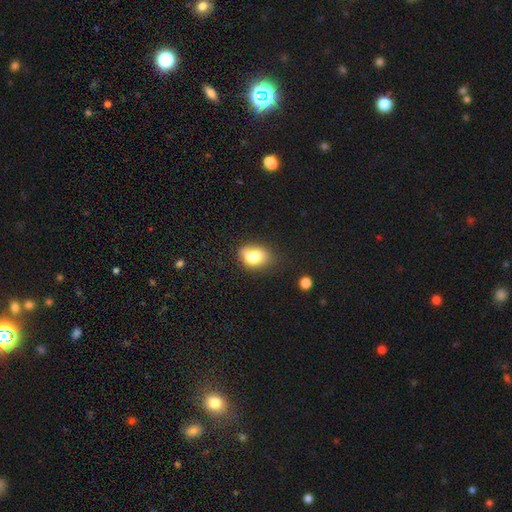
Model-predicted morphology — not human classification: Smooth or featured: smooth — 78% (featured or disk — 11%)
How rounded: in between — 73% (round — 26%)
Merging: none — 54% (minor disturbance — 31%)